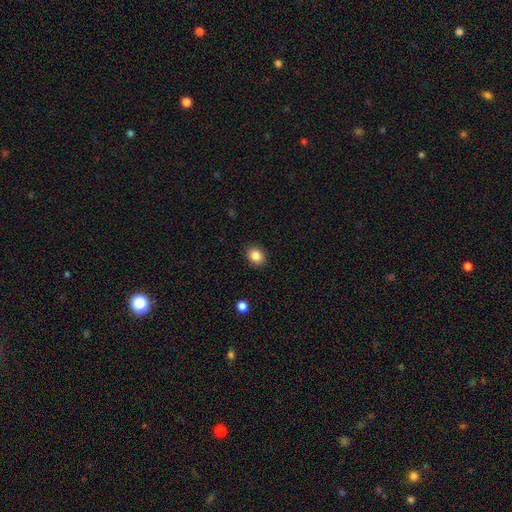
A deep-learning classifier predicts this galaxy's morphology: smooth-or-featured: smooth: 86% | star or artifact: 10% | featured or disk: 4%
  how-rounded: round: 61% | in between: 38% | cigar-shaped: 1%
  merging: none: 90% | minor disturbance: 7% | major disturbance: 2% | merger: 1%